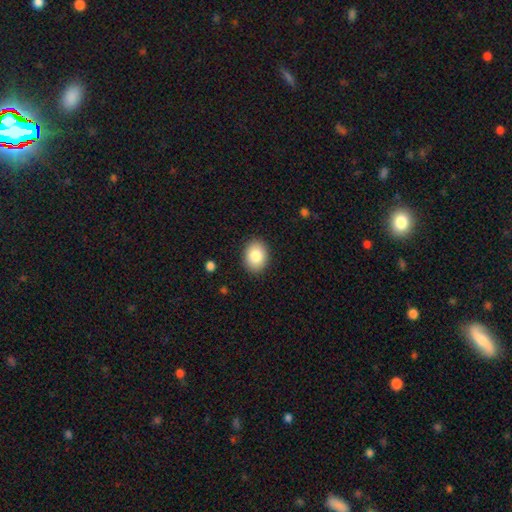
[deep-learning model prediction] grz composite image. It shows a smooth galaxy with no disk features (85%) that is in between round and cigar-shaped (62%). Merging: none (89%).